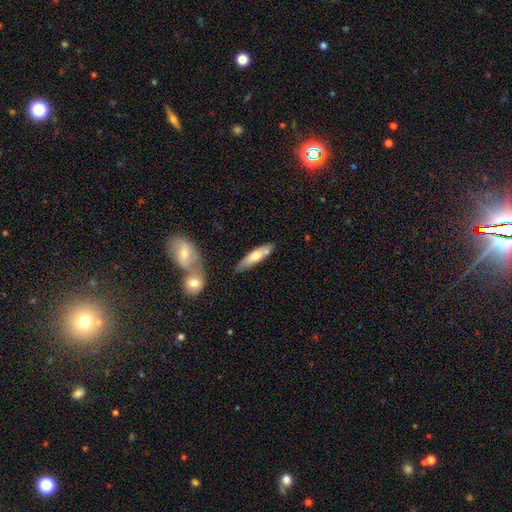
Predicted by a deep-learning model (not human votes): Overall: smooth (58%; featured or disk 36%). How rounded: cigar-shaped (70%). Merging: none (62%).